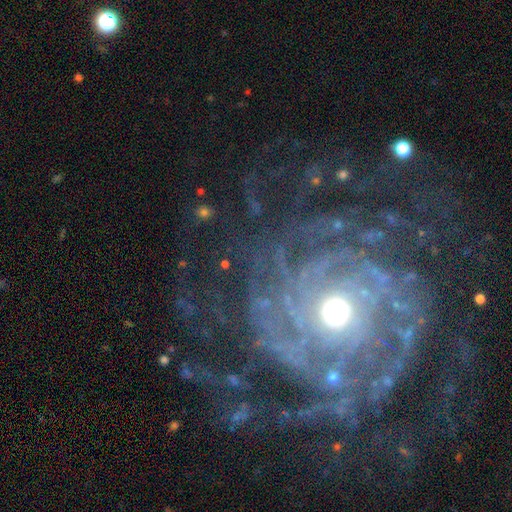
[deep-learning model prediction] smooth_or_featured: featured or disk (p=0.87) [alt: star or artifact p=0.08]
disk_edge_on: no (p=0.97) [alt: yes p=0.03]
bar: no (p=0.77) [alt: weak p=0.15]
has_spiral_arms: yes (p=0.95) [alt: no p=0.05]
spiral_winding: tight (p=0.71) [alt: medium p=0.21]
spiral_arm_count: more than 4 (p=0.29) [alt: can't tell p=0.26]
bulge_size: moderate (p=0.62) [alt: small p=0.31]
merging: none (p=0.68) [alt: major disturbance p=0.16]